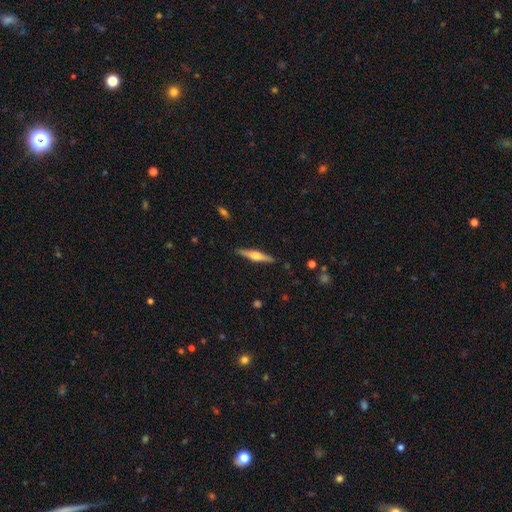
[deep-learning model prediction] smooth_or_featured: featured or disk (p=0.65) [alt: smooth p=0.30]
disk_edge_on: yes (p=0.98) [alt: no p=0.02]
edge_on_bulge: rounded (p=0.90) [alt: boxy p=0.07]
merging: none (p=0.90) [alt: minor disturbance p=0.07]